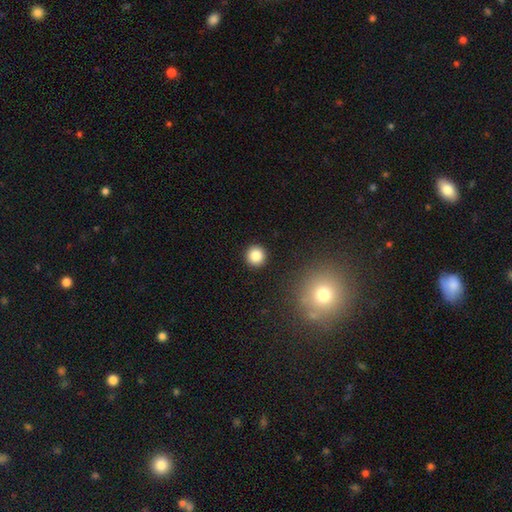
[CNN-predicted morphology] type=smooth (84%); roundness=round (95%); merging=none (92%).